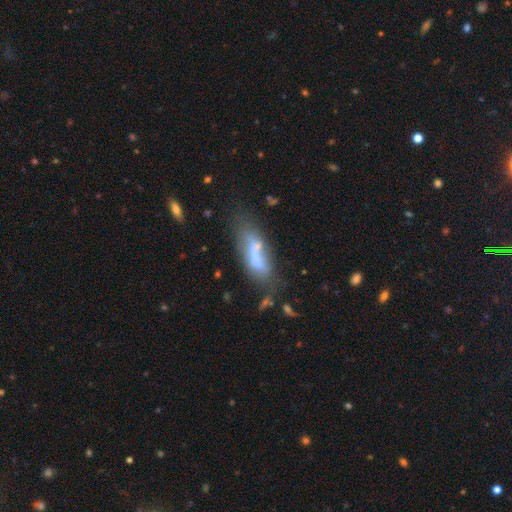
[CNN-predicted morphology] smooth 54%, featured or disk 36%, star or artifact 10%. Down the decision tree: how rounded — in between (57%); merging — none (37%).